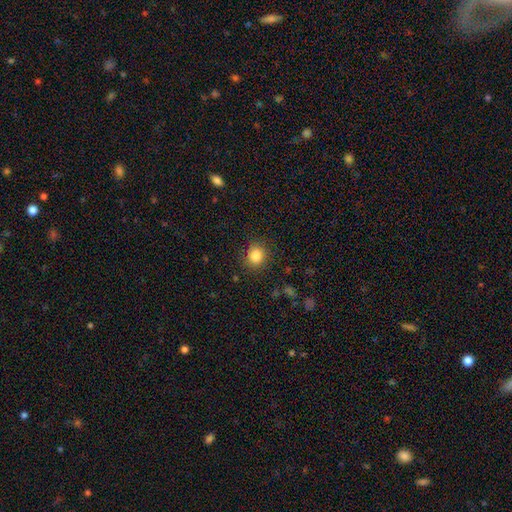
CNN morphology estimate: A smooth galaxy with no disk features (84%) that is round (83%). Merging: none (88%).